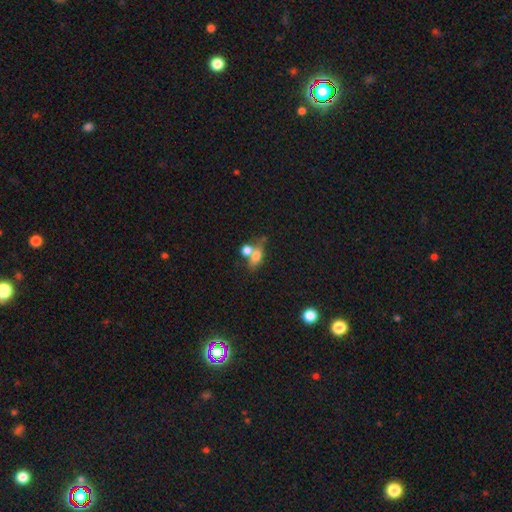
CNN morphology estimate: A smooth galaxy with no disk features (69%) that is in between round and cigar-shaped (67%). Merging: merger (45%).